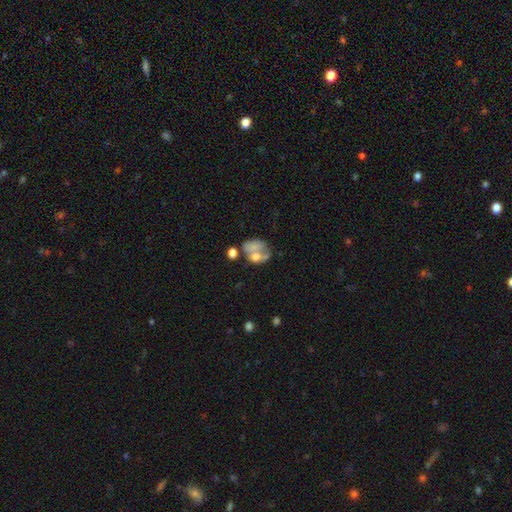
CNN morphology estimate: Q: Smooth or featured?
A: smooth (55%); runner-up: featured or disk (34%)
Q: How rounded?
A: in between (66%); runner-up: round (32%)
Q: Merging?
A: merger (42%); runner-up: none (23%)